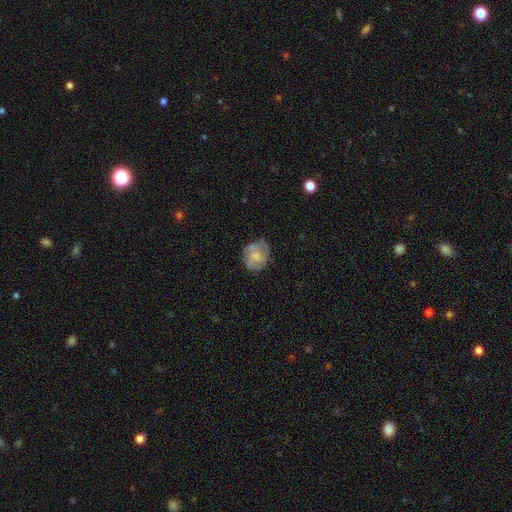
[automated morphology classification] Smooth or featured?
  - smooth: 52% *
  - featured or disk: 40%
  - star or artifact: 8%
How rounded?
  - round: 64% *
  - in between: 35%
  - cigar-shaped: 1%
Merging?
  - none: 63% *
  - minor disturbance: 26%
  - major disturbance: 9%
  - merger: 2%